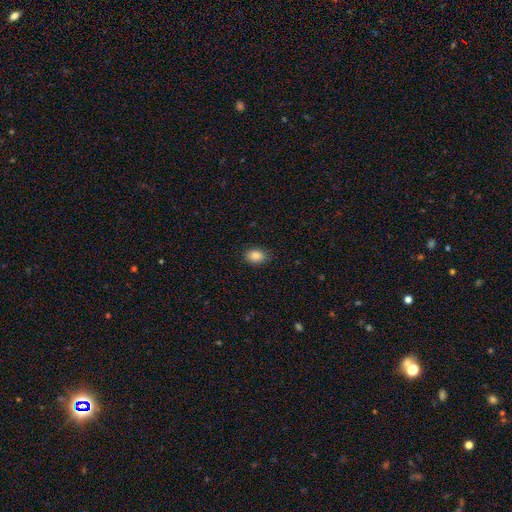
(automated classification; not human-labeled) Smooth or featured: smooth — 87% (star or artifact — 9%)
How rounded: in between — 73% (round — 25%)
Merging: none — 86% (minor disturbance — 11%)